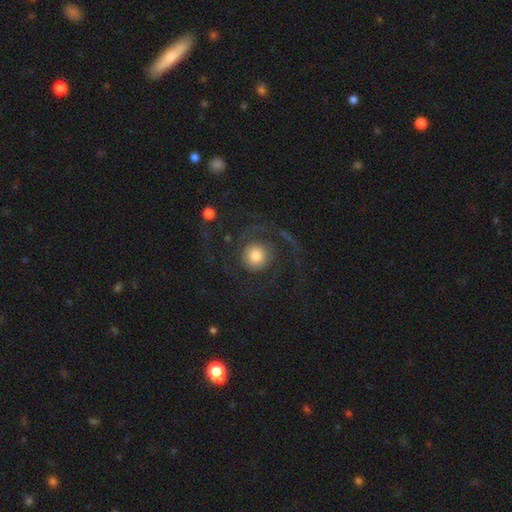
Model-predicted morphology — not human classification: featured or disk 45% (tied), smooth 45% (tied), star or artifact 9%. Down the decision tree: merging — none (60%).